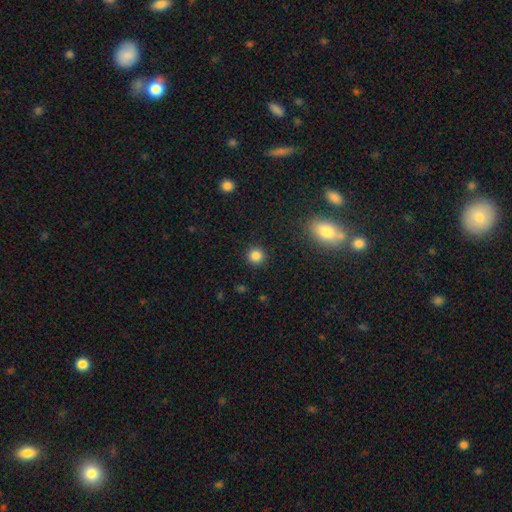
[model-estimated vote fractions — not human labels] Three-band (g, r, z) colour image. It shows a smooth galaxy with no disk features (85%) that is round (92%). Merging: none (91%).